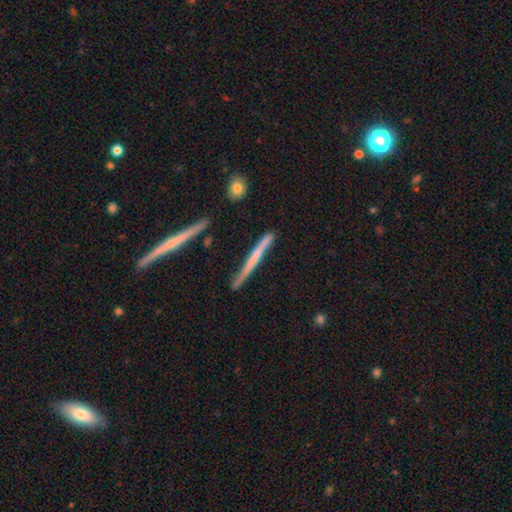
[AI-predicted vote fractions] Smooth or featured?
  - featured or disk: 58% *
  - smooth: 36%
  - star or artifact: 6%
Edge-on disk?
  - yes: 95% *
  - no: 5%
Edge-on bulge?
  - none: 66% *
  - rounded: 24%
  - boxy: 10%
Merging?
  - none: 78% *
  - minor disturbance: 15%
  - merger: 4%
  - major disturbance: 3%